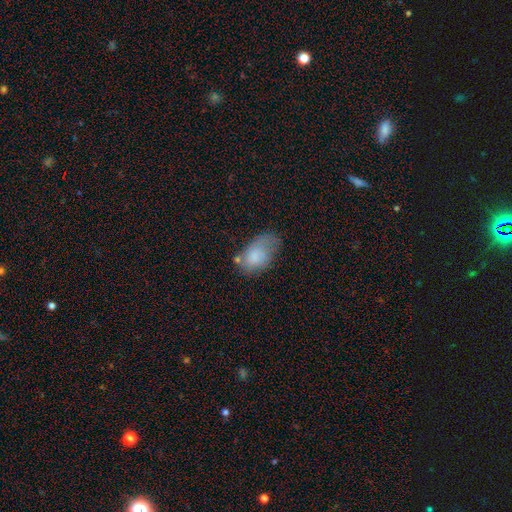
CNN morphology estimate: This is likely a smooth galaxy (78%). How rounded: clearly in between (92%). Merging: marginally none (41%).